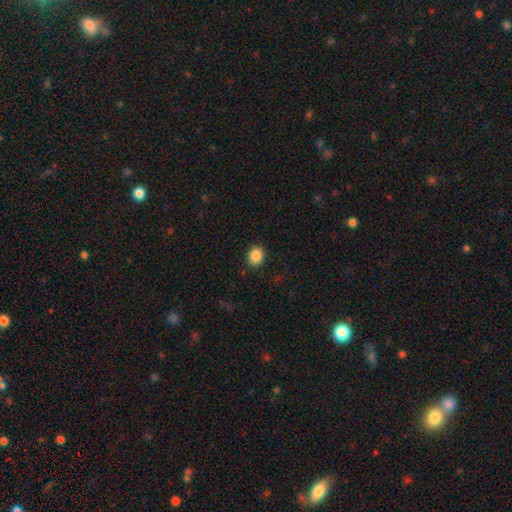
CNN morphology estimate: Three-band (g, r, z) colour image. It shows a smooth galaxy with no disk features (87%) that is round (66%). Merging: none (89%).